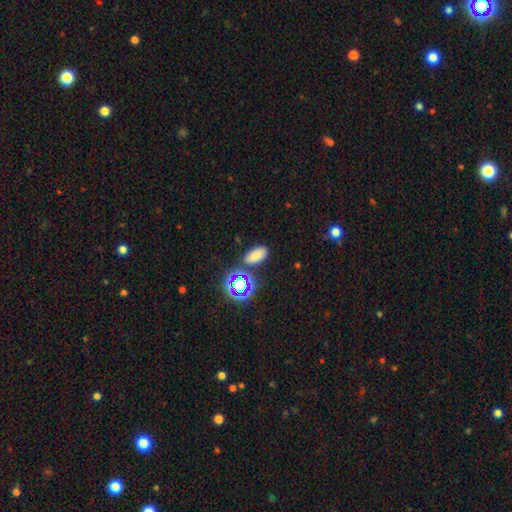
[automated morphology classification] A smooth galaxy with no disk features (70%) that is in between round and cigar-shaped (89%). Merging: none (78%).